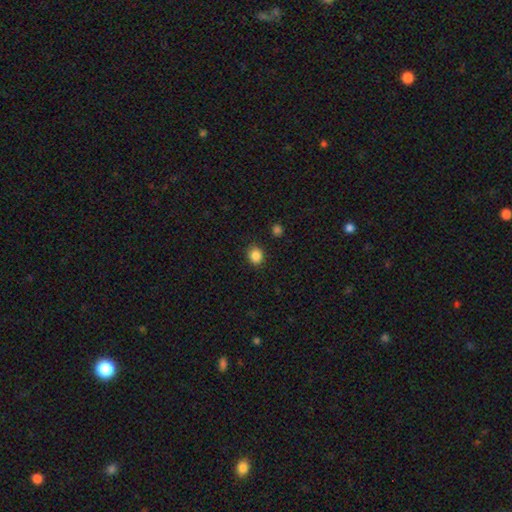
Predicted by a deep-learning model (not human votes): Q: Smooth or featured?
A: smooth (86%); runner-up: star or artifact (10%)
Q: How rounded?
A: round (74%); runner-up: in between (25%)
Q: Merging?
A: none (89%); runner-up: minor disturbance (7%)